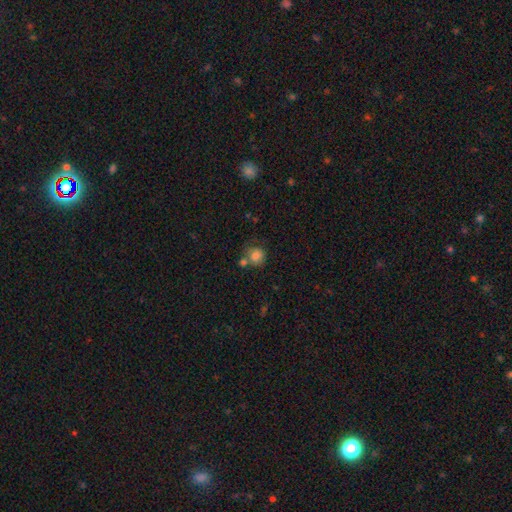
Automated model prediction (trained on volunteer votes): smooth-or-featured: smooth: 80% | featured or disk: 10% | star or artifact: 10%
  how-rounded: round: 85% | in between: 14% | cigar-shaped: 1%
  merging: none: 51% | merger: 23% | minor disturbance: 18% | major disturbance: 8%